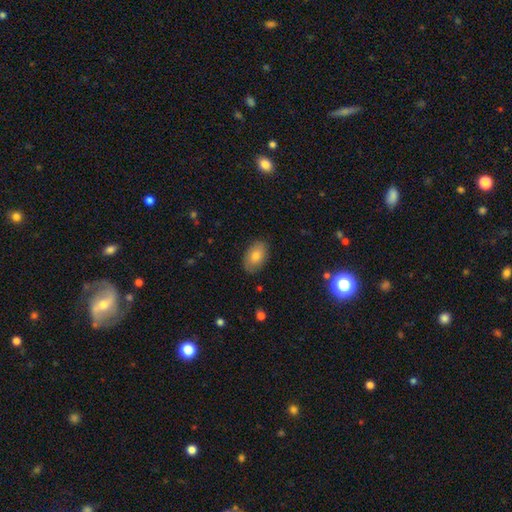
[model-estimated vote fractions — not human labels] Smooth or featured? Predicted: smooth (p=0.73). How rounded? Predicted: in between (p=0.90). Merging? Predicted: none (p=0.84).